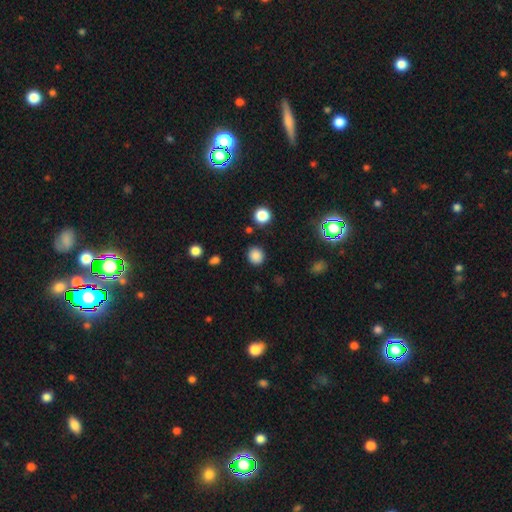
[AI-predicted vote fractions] Smooth or featured?
  - smooth: 84% *
  - star or artifact: 13%
  - featured or disk: 4%
How rounded?
  - round: 83% *
  - in between: 16%
  - cigar-shaped: 1%
Merging?
  - none: 88% *
  - minor disturbance: 7%
  - major disturbance: 3%
  - merger: 2%